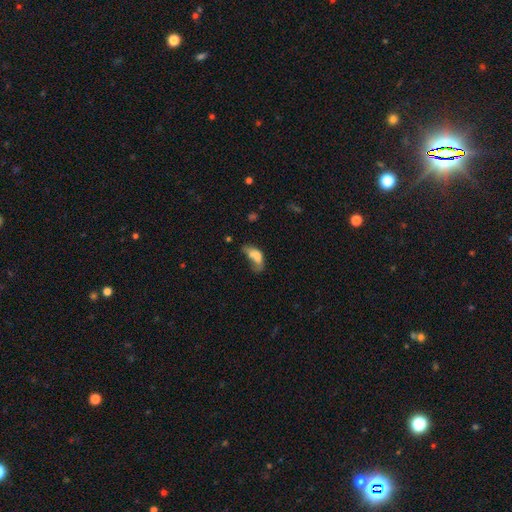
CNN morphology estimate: Smooth or featured? smooth (62%)
How rounded? in between (84%)
Merging? major disturbance (34%)